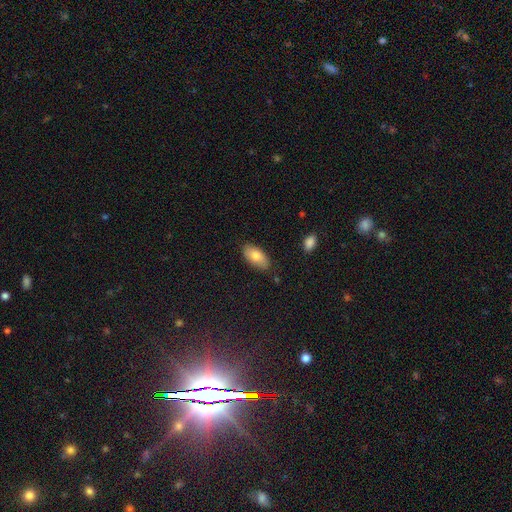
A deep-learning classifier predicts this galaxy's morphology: smooth 80%, featured or disk 14%, star or artifact 7%. Down the decision tree: how rounded — in between (93%); merging — none (81%).